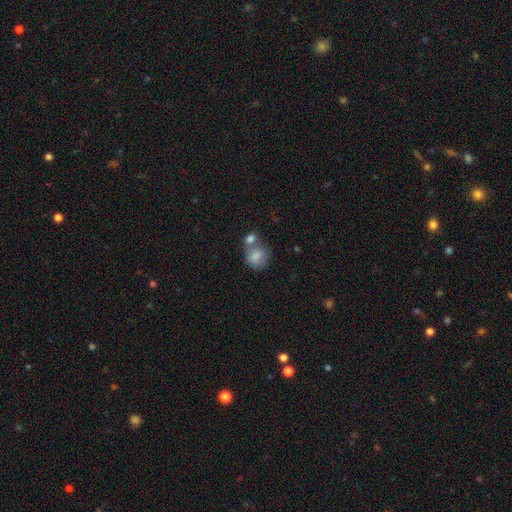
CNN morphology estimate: smooth-or-featured: smooth: 81% | featured or disk: 11% | star or artifact: 8%
  how-rounded: round: 62% | in between: 37% | cigar-shaped: 1%
  merging: merger: 42% | none: 39% | minor disturbance: 14% | major disturbance: 6%